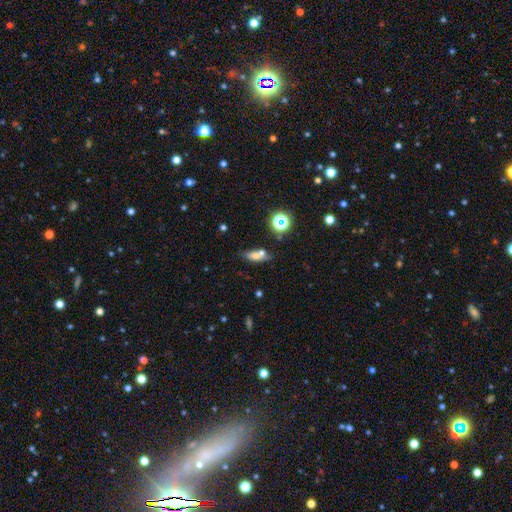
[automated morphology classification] type=smooth (60%); roundness=in between (61%); merging=none (51%).